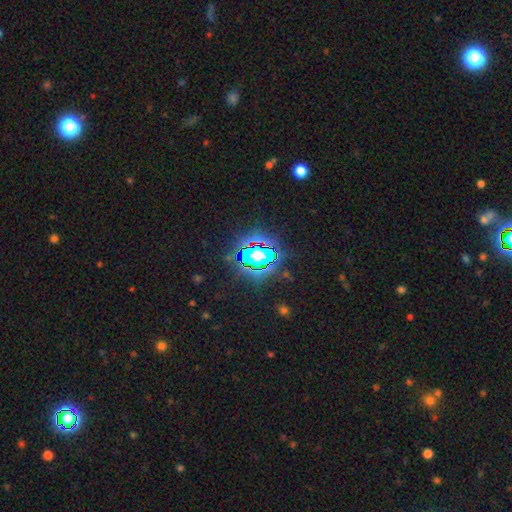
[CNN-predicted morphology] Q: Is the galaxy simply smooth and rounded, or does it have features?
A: star or artifact — 82%.